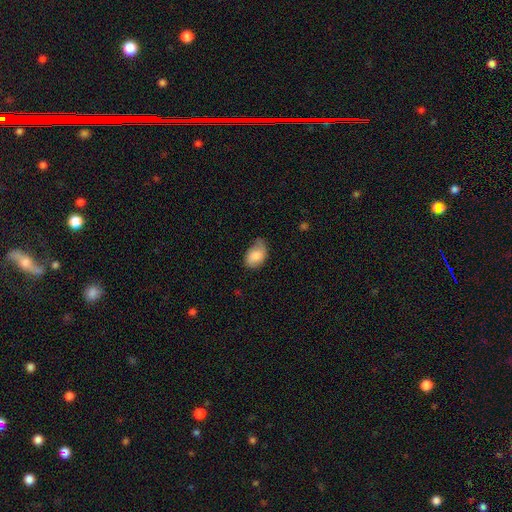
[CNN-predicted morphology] Smooth or featured: smooth — 82% (featured or disk — 12%)
How rounded: in between — 85% (round — 14%)
Merging: none — 49% (minor disturbance — 39%)